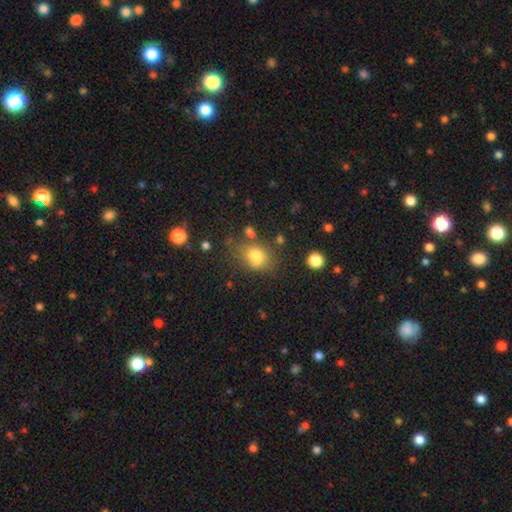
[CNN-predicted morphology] smooth 72%, featured or disk 14%, star or artifact 14%. Down the decision tree: how rounded — in between (56%); merging — none (50%).